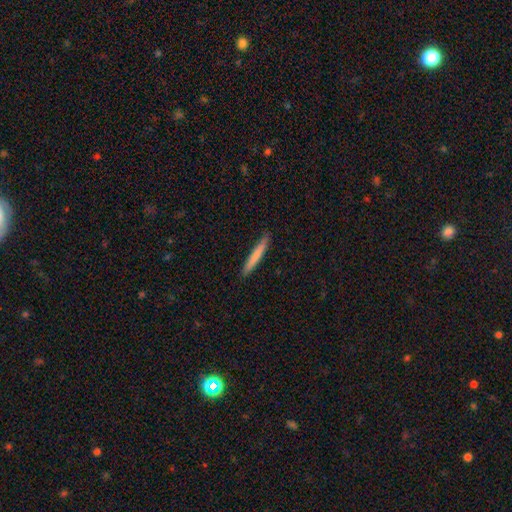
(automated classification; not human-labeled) Morphology: type=smooth (74%); roundness=cigar-shaped (96%); merging=none (89%).